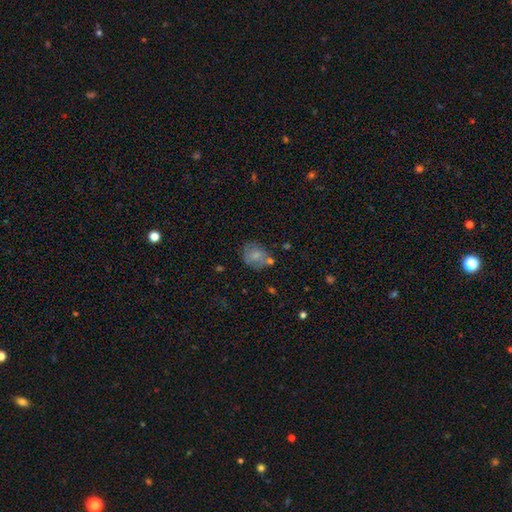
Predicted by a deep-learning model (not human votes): Morphology: type=smooth (67%); roundness=round (52%); merging=none (49%).